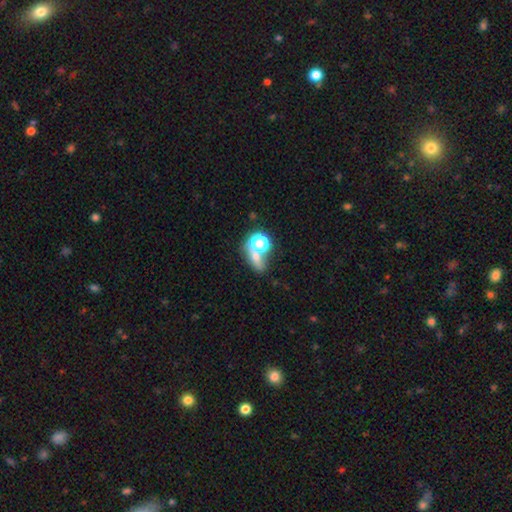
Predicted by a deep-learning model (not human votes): This is possibly a smooth galaxy (57%). How rounded: possibly round (51%). Merging: marginally none (42%).